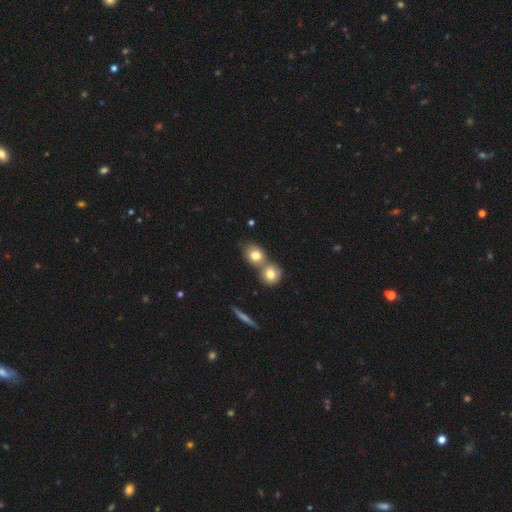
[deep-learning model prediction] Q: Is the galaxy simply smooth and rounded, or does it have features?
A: smooth — 77%.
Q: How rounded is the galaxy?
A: round — 61%.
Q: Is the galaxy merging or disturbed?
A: merger — 51%.